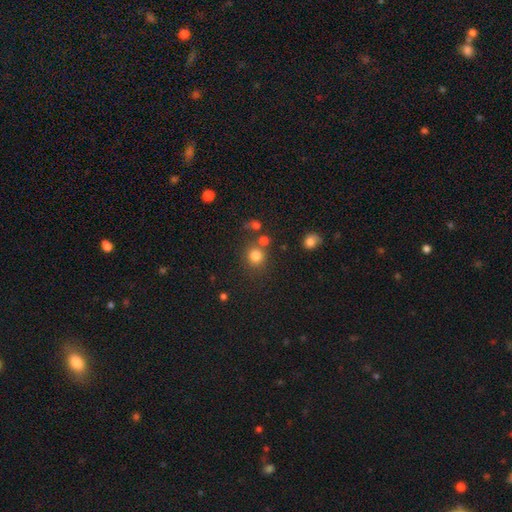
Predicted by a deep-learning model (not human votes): This appears to be a smooth galaxy with no disk features (80%) that is round (88%). Merging: none (73%).